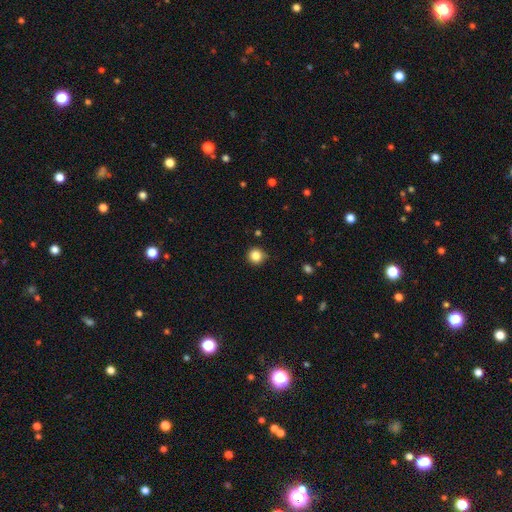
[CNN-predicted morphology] type=smooth (84%); roundness=round (94%); merging=none (84%).